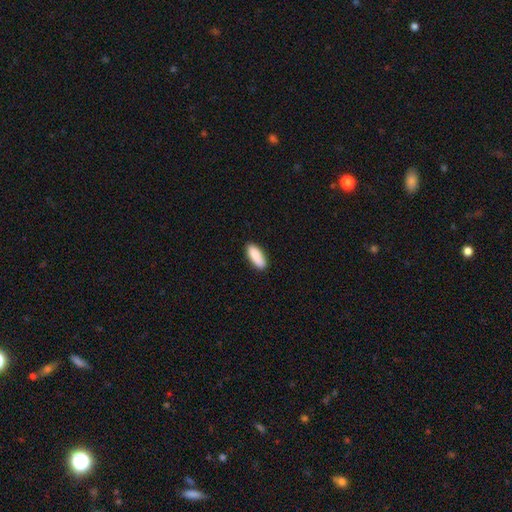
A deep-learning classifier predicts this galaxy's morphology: A smooth galaxy with no disk features (90%) that is in between round and cigar-shaped (72%).

Vote fractions:
- Smooth or featured? smooth: 90% / star or artifact: 6% / featured or disk: 5%
- How rounded? in between: 72% / cigar-shaped: 27% / round: 2%
- Merging? none: 88% / minor disturbance: 9% / major disturbance: 2% / merger: 1%